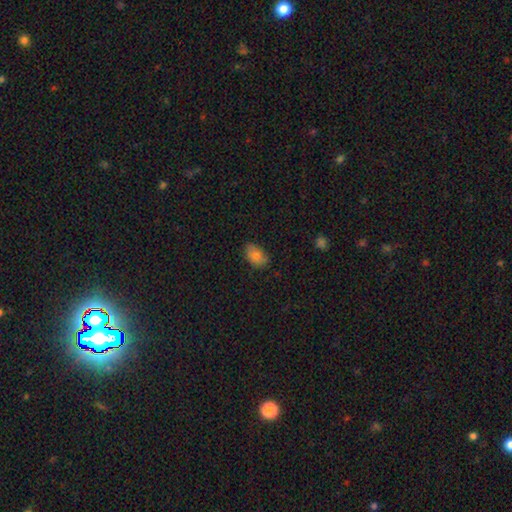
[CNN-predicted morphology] Smooth or featured? Predicted: smooth (p=0.80). How rounded? Predicted: in between (p=0.89). Merging? Predicted: none (p=0.75).